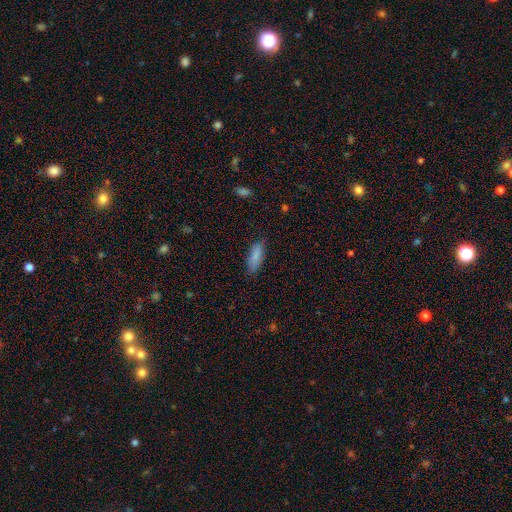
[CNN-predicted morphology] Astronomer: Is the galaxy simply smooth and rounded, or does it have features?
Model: smooth — 84%.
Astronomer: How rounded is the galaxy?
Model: in between — 64%.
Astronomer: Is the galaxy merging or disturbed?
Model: none — 76%.